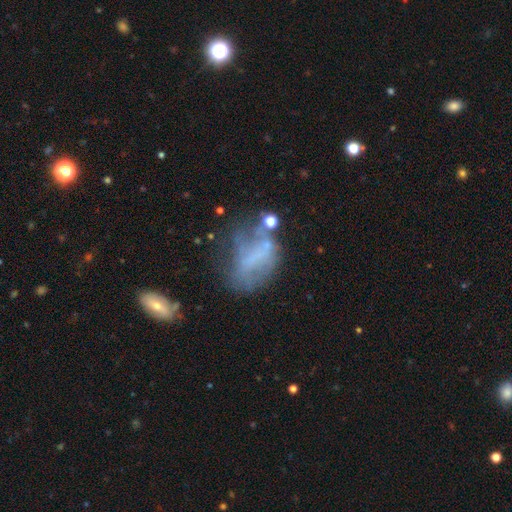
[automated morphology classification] Overall: featured or disk (48%; smooth 37%). Merging: none (34%; major disturbance 30%).